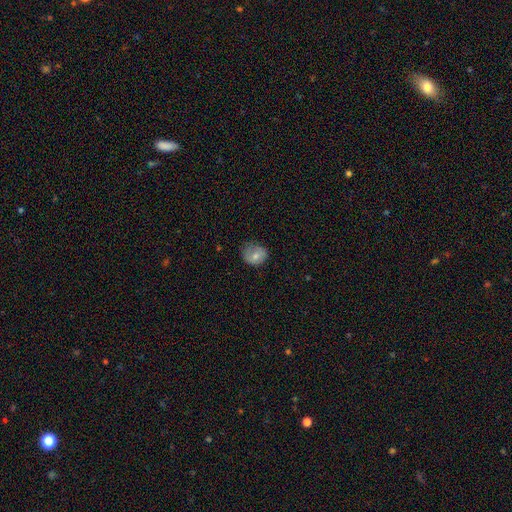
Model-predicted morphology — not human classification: Q: Smooth or featured?
A: smooth (73%); runner-up: featured or disk (19%)
Q: How rounded?
A: round (61%); runner-up: in between (38%)
Q: Merging?
A: none (57%); runner-up: minor disturbance (31%)